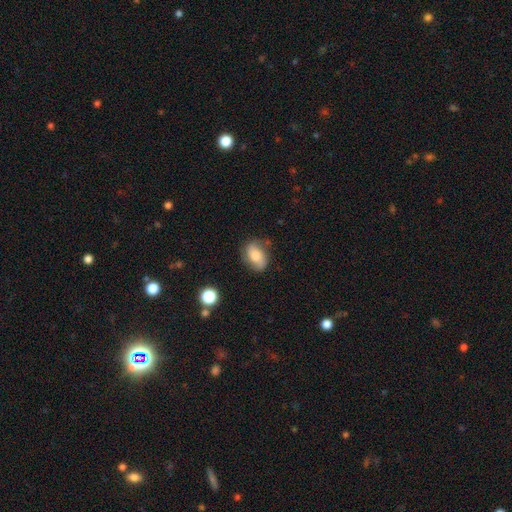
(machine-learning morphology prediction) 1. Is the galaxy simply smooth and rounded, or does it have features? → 58% smooth, 32% featured or disk, 9% star or artifact.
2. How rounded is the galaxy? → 80% in between, 18% round, 2% cigar-shaped.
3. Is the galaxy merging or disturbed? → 69% none, 22% minor disturbance, 6% major disturbance, 2% merger.